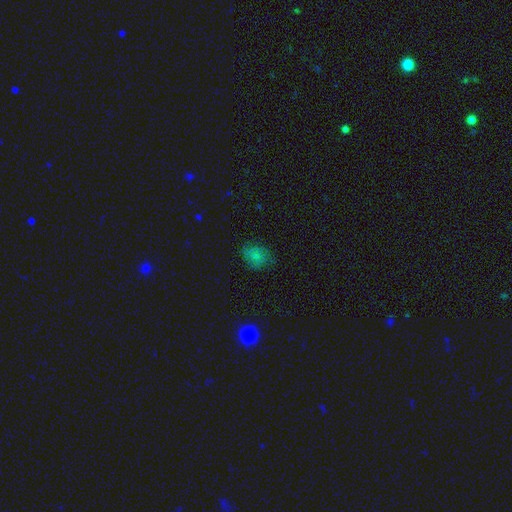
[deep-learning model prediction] Smooth or featured? smooth (73%)
How rounded? round (57%)
Merging? none (67%)